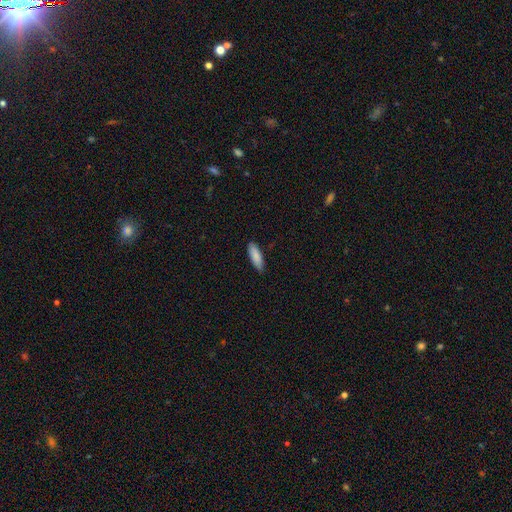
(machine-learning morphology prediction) This appears to be a smooth galaxy with no disk features (87%) that is in between round and cigar-shaped (53%). Merging: none (87%).